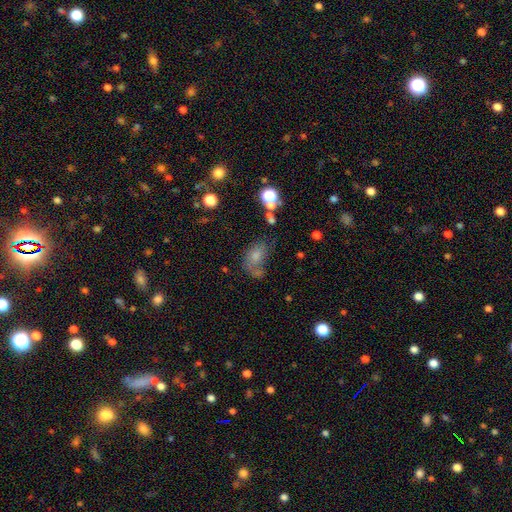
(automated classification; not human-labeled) This is possibly a smooth galaxy (59%). How rounded: likely in between (79%). Merging: marginally none (33%).